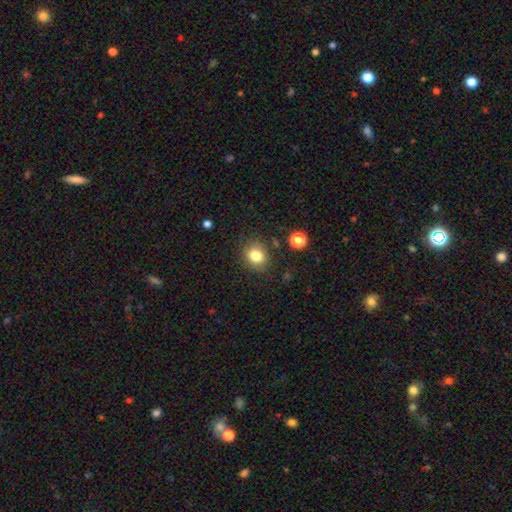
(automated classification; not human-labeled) This is clearly a smooth galaxy (81%). How rounded: likely round (71%). Merging: clearly none (83%).